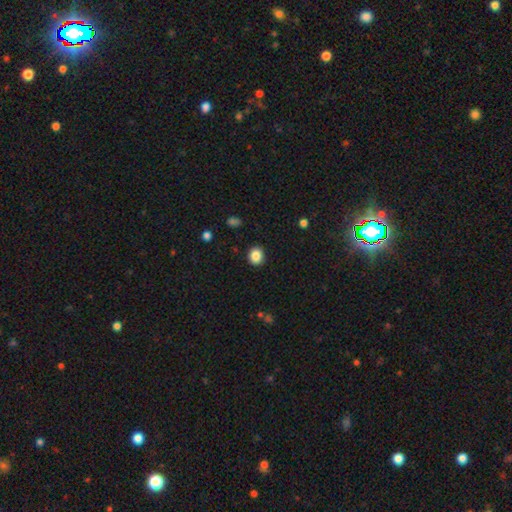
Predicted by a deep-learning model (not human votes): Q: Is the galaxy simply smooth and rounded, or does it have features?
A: smooth — 87%.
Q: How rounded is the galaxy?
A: round — 76%.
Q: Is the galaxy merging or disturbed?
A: none — 90%.